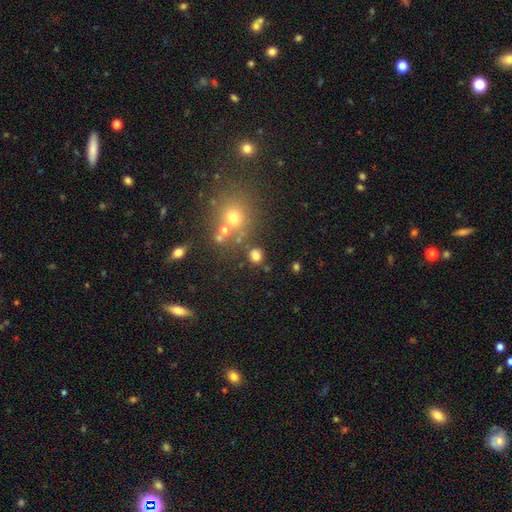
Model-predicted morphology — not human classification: This appears to be a smooth galaxy with no disk features (76%) that is round (83%). Merging: none (78%).